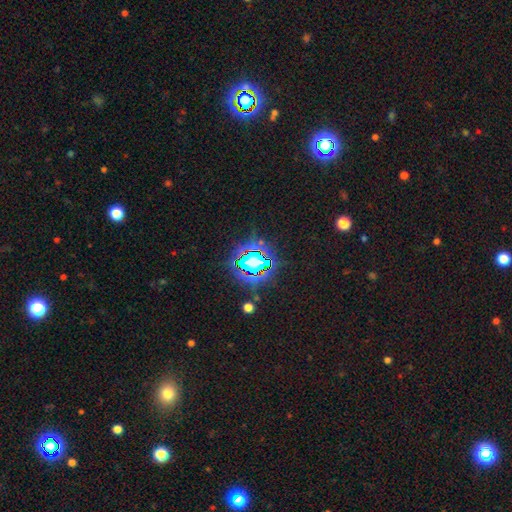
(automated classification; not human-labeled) Morphology: type=star or artifact (82%).